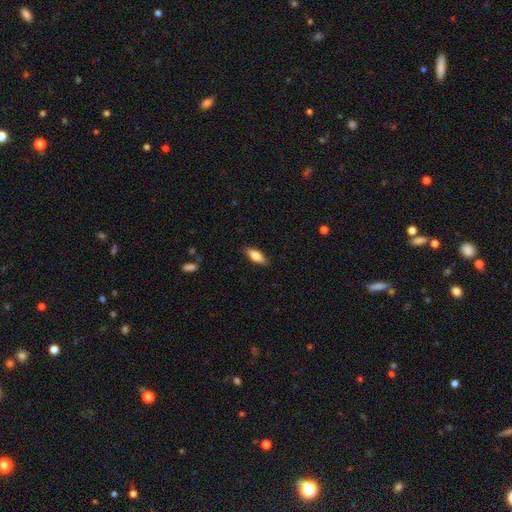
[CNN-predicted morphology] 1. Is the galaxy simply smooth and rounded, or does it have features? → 76% smooth, 18% featured or disk, 6% star or artifact.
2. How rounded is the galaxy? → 72% in between, 26% cigar-shaped, 2% round.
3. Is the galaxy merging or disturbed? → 86% none, 11% minor disturbance, 2% major disturbance, 1% merger.